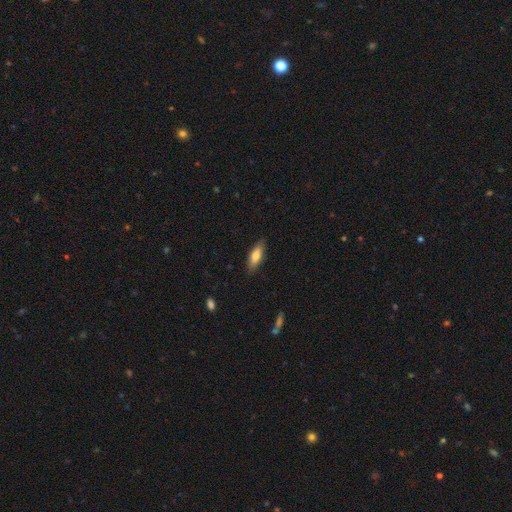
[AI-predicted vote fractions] Smooth or featured: smooth — 72% (featured or disk — 22%)
How rounded: in between — 57% (cigar-shaped — 41%)
Merging: none — 86% (minor disturbance — 10%)